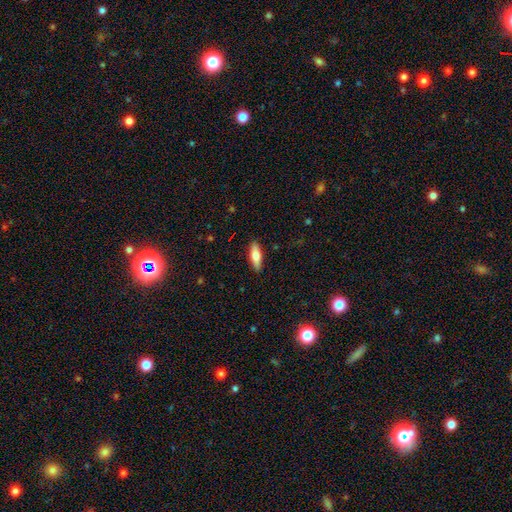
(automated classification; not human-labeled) Smooth or featured? Predicted: smooth (p=0.70). How rounded? Predicted: in between (p=0.54). Merging? Predicted: none (p=0.89).